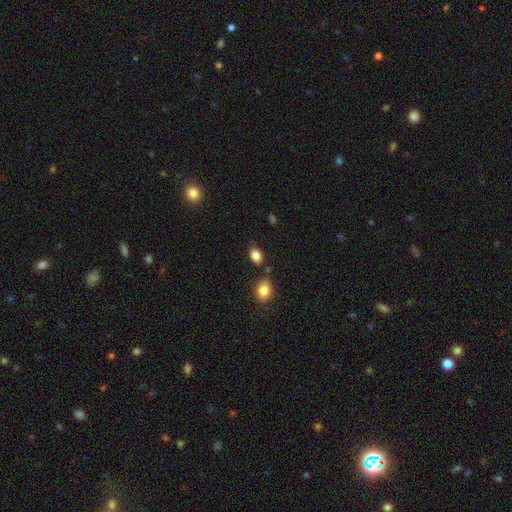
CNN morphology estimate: Smooth or featured?
  - smooth: 85% *
  - star or artifact: 9%
  - featured or disk: 6%
How rounded?
  - in between: 79% *
  - round: 20%
  - cigar-shaped: 1%
Merging?
  - none: 75% *
  - minor disturbance: 14%
  - merger: 7%
  - major disturbance: 3%